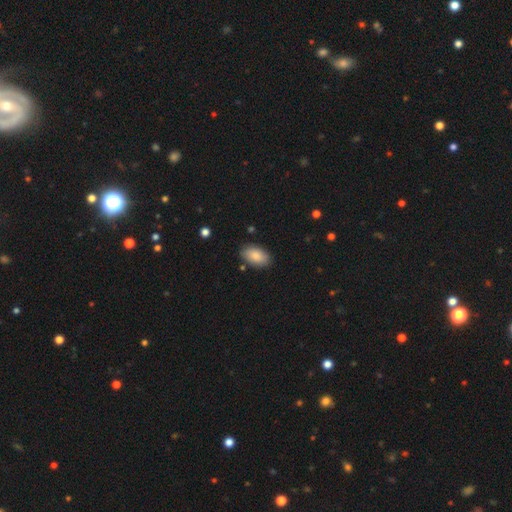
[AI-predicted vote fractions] A smooth galaxy with no disk features (87%) that is in between round and cigar-shaped (94%). Merging: none (85%).